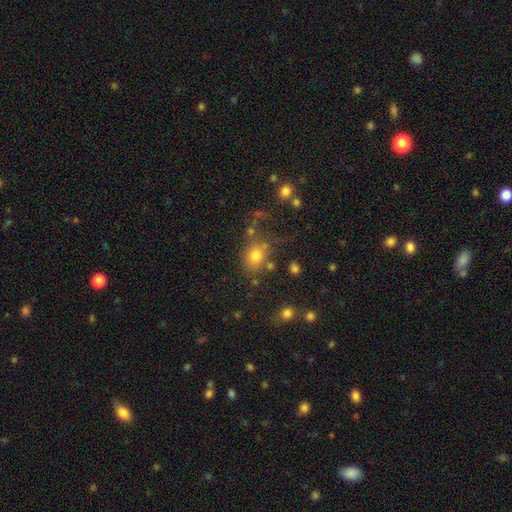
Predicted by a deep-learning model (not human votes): The model was most divided on "how rounded": round: 50%, in between: 49%, cigar-shaped: 1%. More confident: smooth or featured — smooth (76%); merging — none (59%).